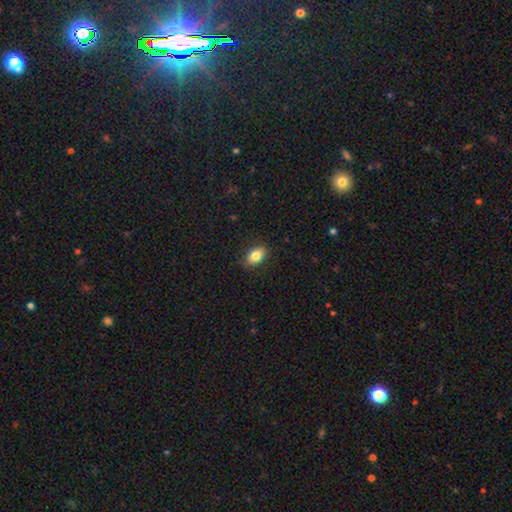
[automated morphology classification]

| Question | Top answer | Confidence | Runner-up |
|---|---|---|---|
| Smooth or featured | smooth | 83% | featured or disk (8%) |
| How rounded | in between | 86% | round (12%) |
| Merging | none | 88% | minor disturbance (9%) |